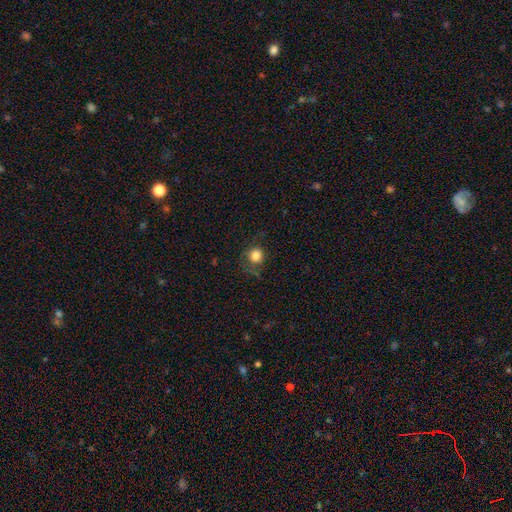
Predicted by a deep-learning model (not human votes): smooth_or_featured: smooth (p=0.80) [alt: star or artifact p=0.11]
how_rounded: round (p=0.87) [alt: in between p=0.12]
merging: none (p=0.66) [alt: minor disturbance p=0.19]